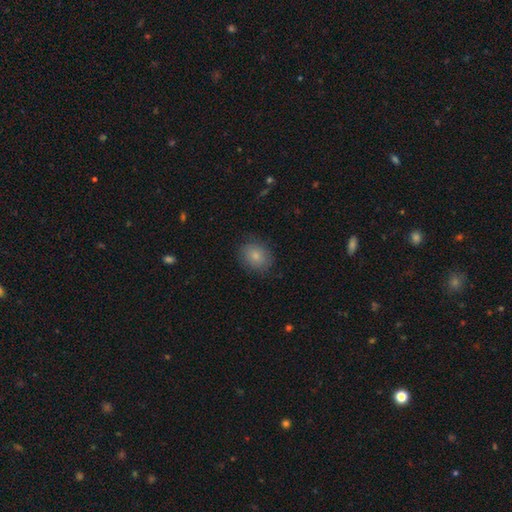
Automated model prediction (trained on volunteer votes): Overall: smooth (82%). How rounded: round (57%; in between 42%). Merging: none (82%).